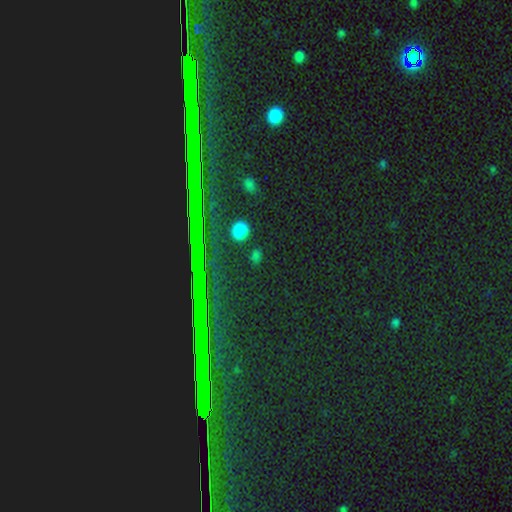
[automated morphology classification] Smooth or featured? Predicted: smooth (p=0.52). How rounded? Predicted: round (p=0.80). Merging? Predicted: none (p=0.88).